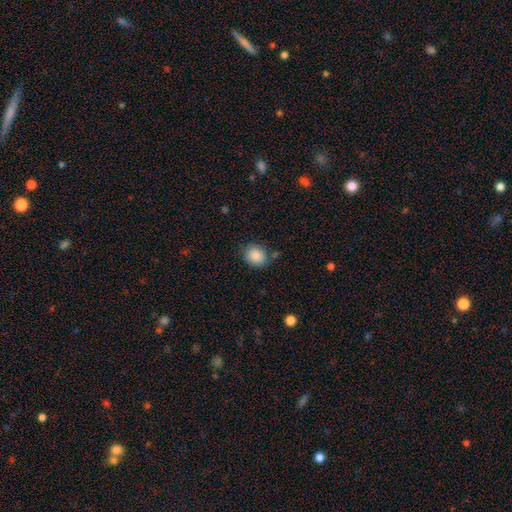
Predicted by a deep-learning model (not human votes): Smooth or featured? smooth (87%)
How rounded? round (66%)
Merging? none (76%)